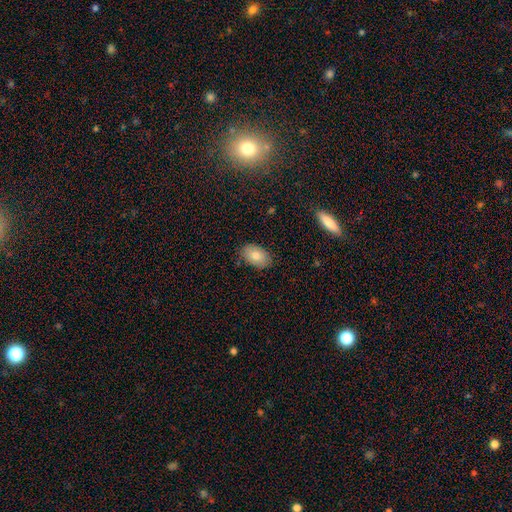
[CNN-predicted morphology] A smooth galaxy with no disk features (80%) that is in between round and cigar-shaped (91%).

Vote fractions:
- Smooth or featured? smooth: 80% / featured or disk: 13% / star or artifact: 7%
- How rounded? in between: 91% / round: 8% / cigar-shaped: 1%
- Merging? none: 84% / minor disturbance: 12% / major disturbance: 2% / merger: 1%